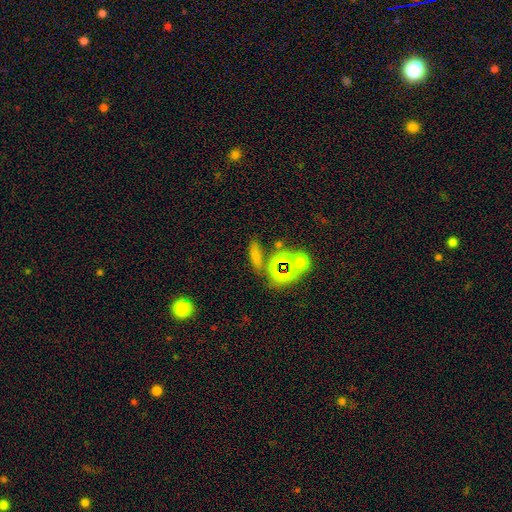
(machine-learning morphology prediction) Smooth or featured?
  - smooth: 62% *
  - star or artifact: 28%
  - featured or disk: 10%
How rounded?
  - cigar-shaped: 45% *
  - in between: 39%
  - round: 16%
Merging?
  - none: 72% *
  - merger: 11%
  - minor disturbance: 11%
  - major disturbance: 5%